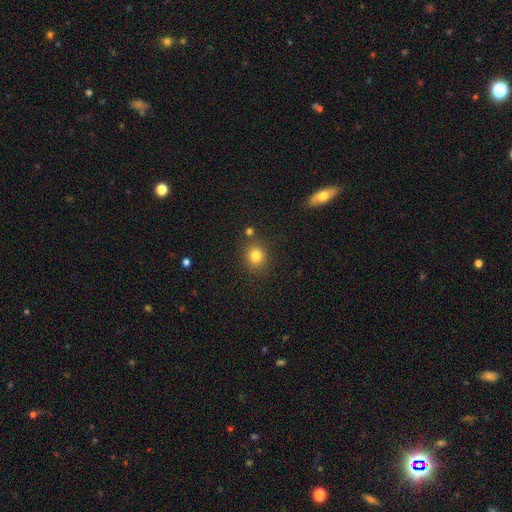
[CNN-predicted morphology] The model was most divided on "how rounded": round: 78%, in between: 21%, cigar-shaped: 1%. More confident: smooth or featured — smooth (82%); merging — none (81%).